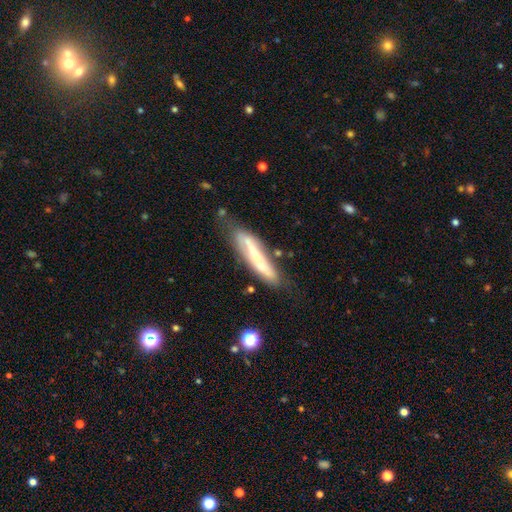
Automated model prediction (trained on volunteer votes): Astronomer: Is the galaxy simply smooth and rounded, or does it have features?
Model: featured or disk — 57% (runner-up: smooth, 36%).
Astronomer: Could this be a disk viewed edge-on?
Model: yes — 54% (runner-up: no, 46%).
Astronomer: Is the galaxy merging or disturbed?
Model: none — 63%.